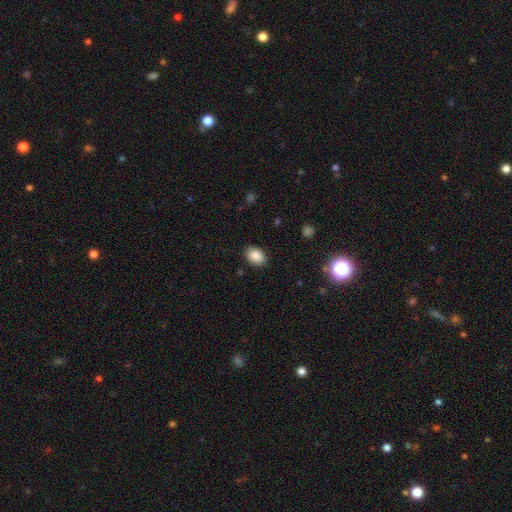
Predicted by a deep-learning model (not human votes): Smooth or featured: smooth — 88% (star or artifact — 8%)
How rounded: in between — 75% (round — 24%)
Merging: none — 86% (minor disturbance — 10%)